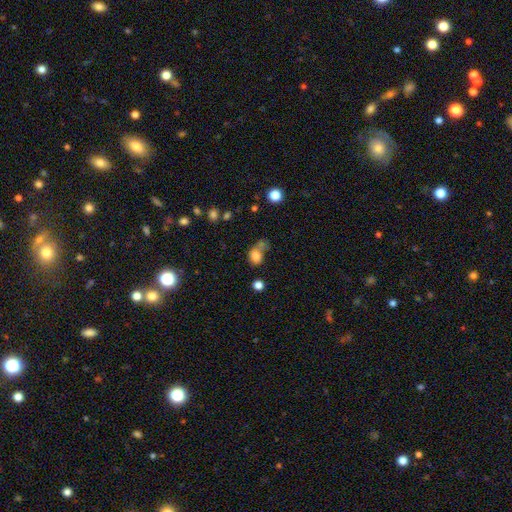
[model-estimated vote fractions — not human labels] Smooth or featured? Predicted: smooth (p=0.79). How rounded? Predicted: round (p=0.52). Merging? Predicted: none (p=0.35).